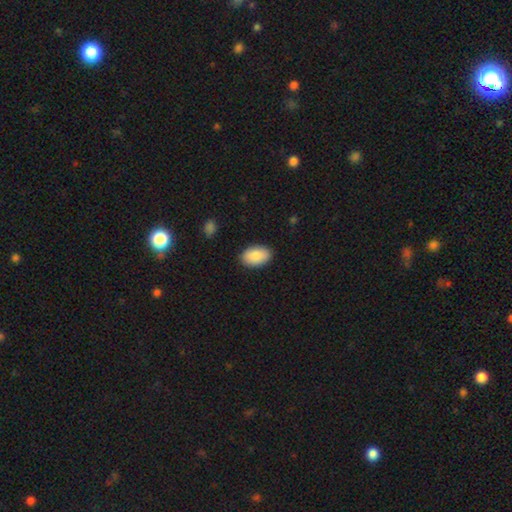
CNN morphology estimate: Smooth or featured?
  - smooth: 88% *
  - featured or disk: 6%
  - star or artifact: 6%
How rounded?
  - in between: 92% *
  - round: 7%
  - cigar-shaped: 1%
Merging?
  - none: 89% *
  - minor disturbance: 8%
  - major disturbance: 2%
  - merger: 1%